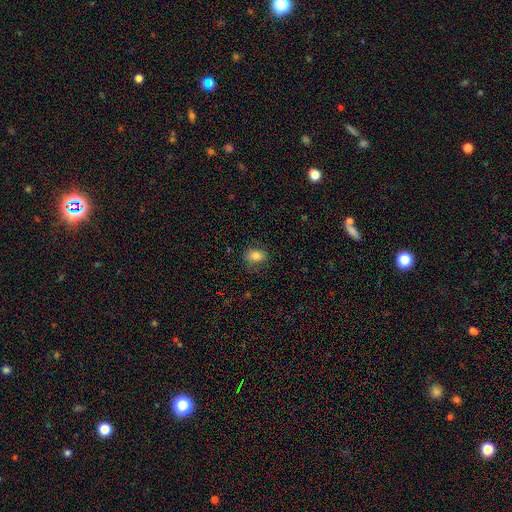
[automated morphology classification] smooth 80%, featured or disk 10%, star or artifact 10%. Down the decision tree: how rounded — in between (76%); merging — none (77%).